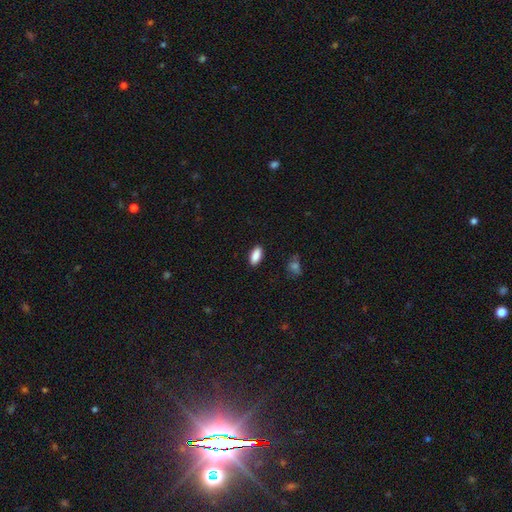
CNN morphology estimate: A smooth galaxy with no disk features (89%) that is in between round and cigar-shaped (87%). Merging: none (88%).